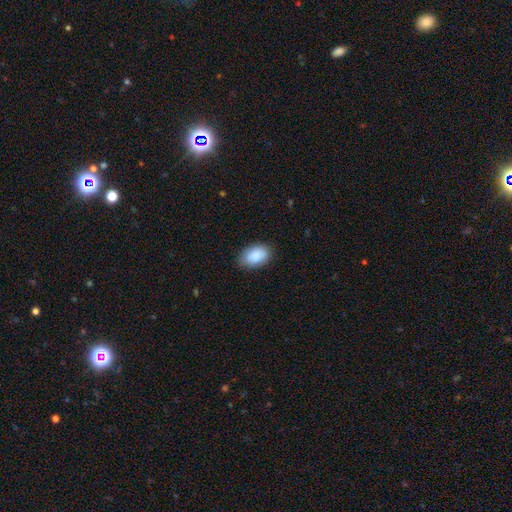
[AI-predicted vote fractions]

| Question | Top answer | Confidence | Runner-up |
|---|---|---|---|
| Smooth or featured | smooth | 88% | star or artifact (6%) |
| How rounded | in between | 92% | round (7%) |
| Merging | none | 83% | minor disturbance (13%) |